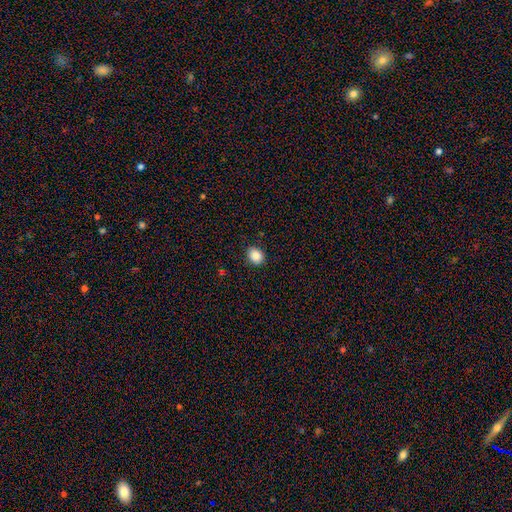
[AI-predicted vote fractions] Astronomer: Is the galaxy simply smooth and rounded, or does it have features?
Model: smooth — 86%.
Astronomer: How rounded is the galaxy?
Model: round — 60% (runner-up: in between, 39%).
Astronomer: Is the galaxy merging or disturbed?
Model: none — 89%.